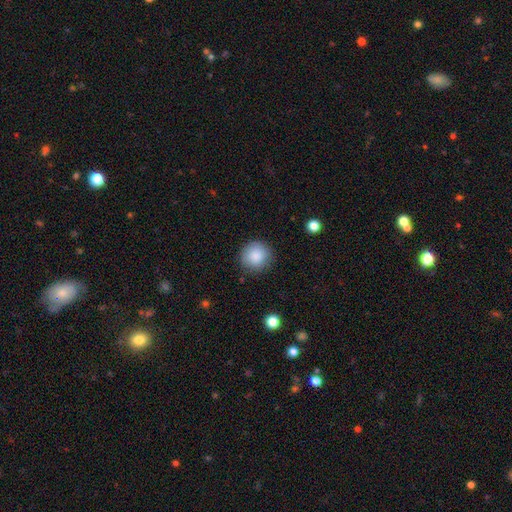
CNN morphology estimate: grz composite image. It shows a smooth galaxy with no disk features (87%) that is round (93%). Merging: none (86%).